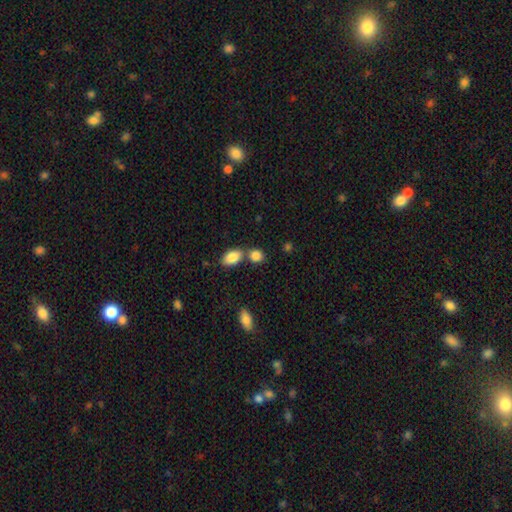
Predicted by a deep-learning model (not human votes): smooth_or_featured: smooth (p=0.86) [alt: star or artifact p=0.09]
how_rounded: in between (p=0.56) [alt: round p=0.42]
merging: none (p=0.51) [alt: merger p=0.37]